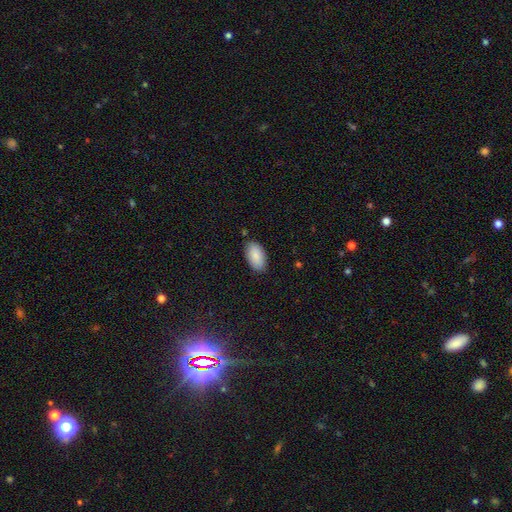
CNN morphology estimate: smooth 87%, featured or disk 6%, star or artifact 6%. Down the decision tree: how rounded — in between (95%); merging — none (84%).